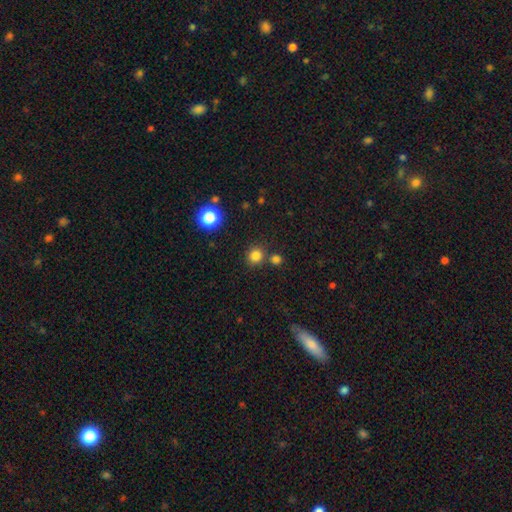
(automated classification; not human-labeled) Morphology: type=smooth (81%); roundness=round (90%); merging=none (78%).